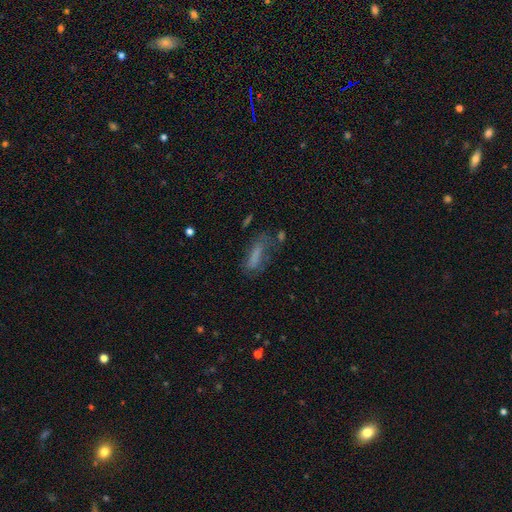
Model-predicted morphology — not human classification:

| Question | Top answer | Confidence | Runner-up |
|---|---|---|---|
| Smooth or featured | smooth | 64% | featured or disk (22%) |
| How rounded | in between | 51% | cigar-shaped (46%) |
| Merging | none | 45% | minor disturbance (26%) |